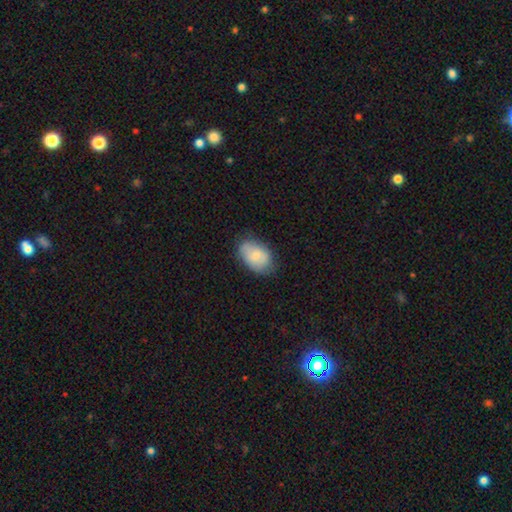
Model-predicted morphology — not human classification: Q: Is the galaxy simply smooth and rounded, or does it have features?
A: smooth — 73%.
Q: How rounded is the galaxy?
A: in between — 85%.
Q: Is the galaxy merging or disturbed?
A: none — 72%.